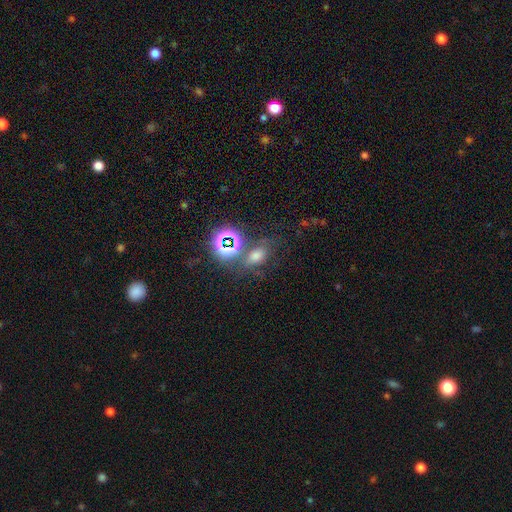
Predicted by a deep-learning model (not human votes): smooth_or_featured: smooth (p=0.52) [alt: star or artifact p=0.35]
how_rounded: in between (p=0.69) [alt: round p=0.28]
merging: none (p=0.58) [alt: merger p=0.18]